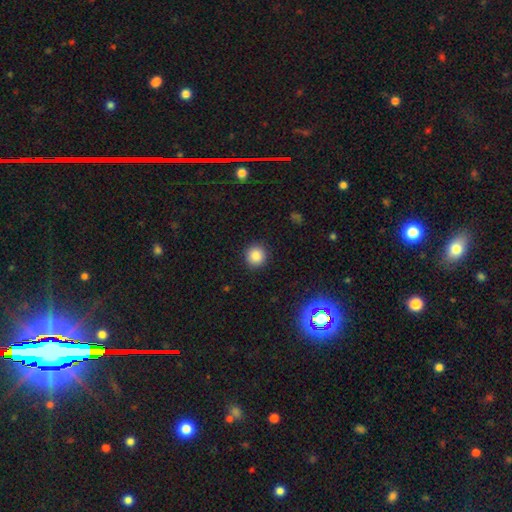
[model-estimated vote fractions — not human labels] This appears to be a smooth galaxy with no disk features (85%) that is round (93%). Merging: none (91%).